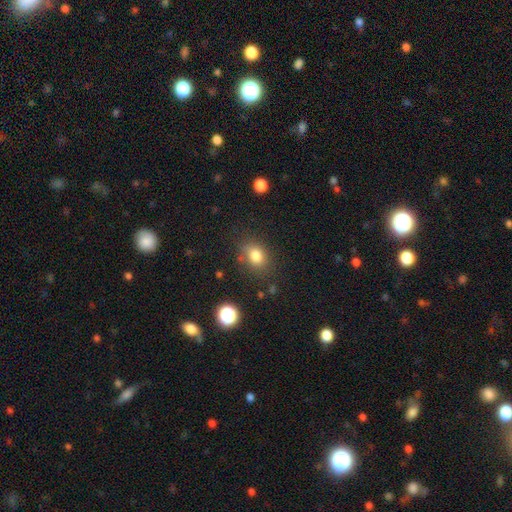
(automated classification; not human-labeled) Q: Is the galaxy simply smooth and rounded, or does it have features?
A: smooth — 80%.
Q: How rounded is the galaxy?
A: in between — 54%.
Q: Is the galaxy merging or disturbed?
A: none — 76%.